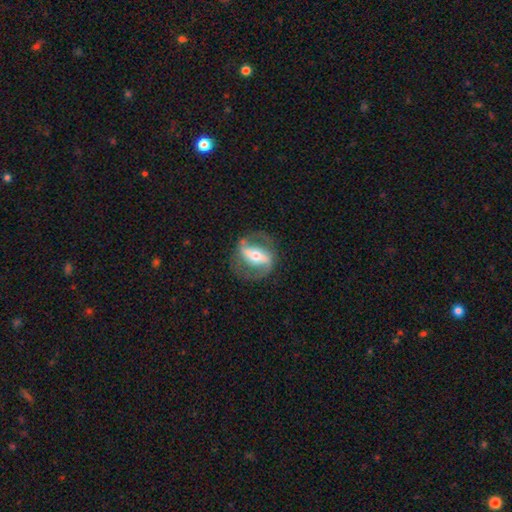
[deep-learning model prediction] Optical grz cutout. It shows a featured or disk galaxy (81%) with a strong bar (65%), 2 (88%) medium (47%) spiral arms (81%) and a moderate central bulge (60%). Merging: none (76%).